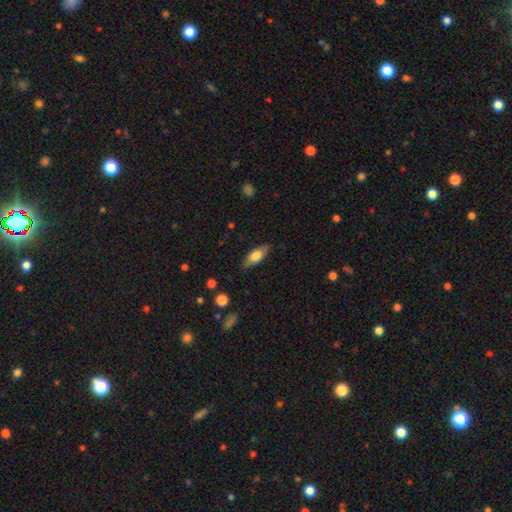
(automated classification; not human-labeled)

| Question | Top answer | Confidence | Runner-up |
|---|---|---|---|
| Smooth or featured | smooth | 68% | featured or disk (26%) |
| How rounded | in between | 76% | cigar-shaped (21%) |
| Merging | none | 83% | minor disturbance (13%) |